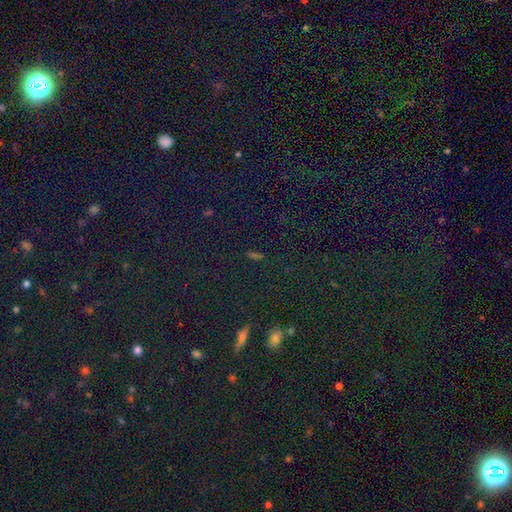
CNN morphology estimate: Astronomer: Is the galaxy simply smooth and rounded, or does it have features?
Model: star or artifact — 62%.